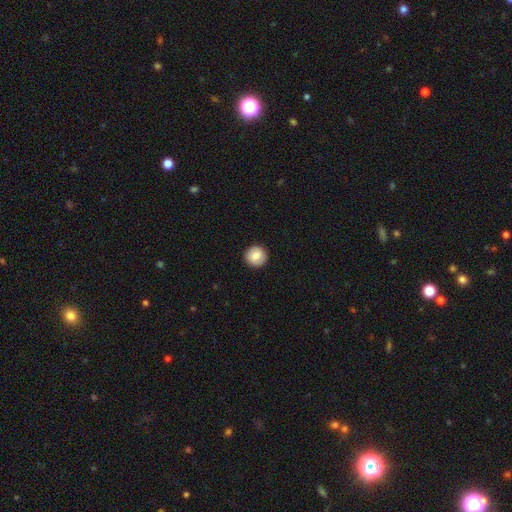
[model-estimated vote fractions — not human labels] Smooth or featured? smooth (82%)
How rounded? round (95%)
Merging? none (91%)